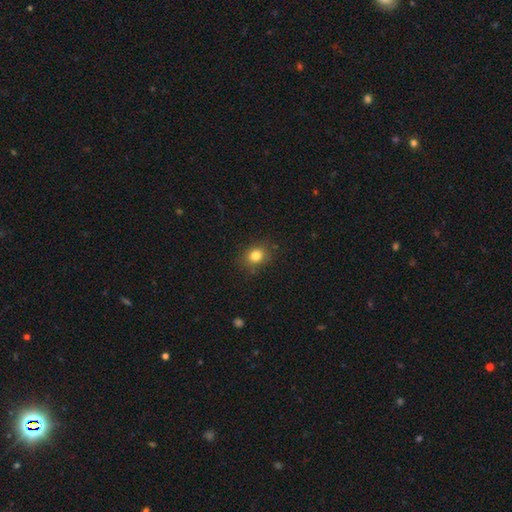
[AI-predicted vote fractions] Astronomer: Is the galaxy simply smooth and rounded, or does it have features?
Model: smooth — 81%.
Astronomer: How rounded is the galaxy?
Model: round — 64%.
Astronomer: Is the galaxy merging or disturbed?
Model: none — 84%.